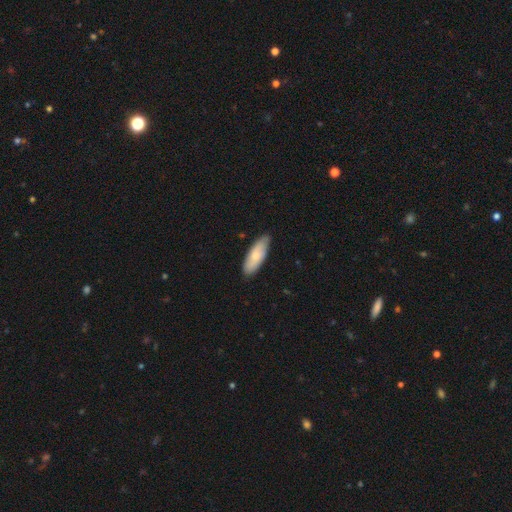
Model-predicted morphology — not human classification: type=smooth (73%); roundness=in between (68%); merging=none (80%).